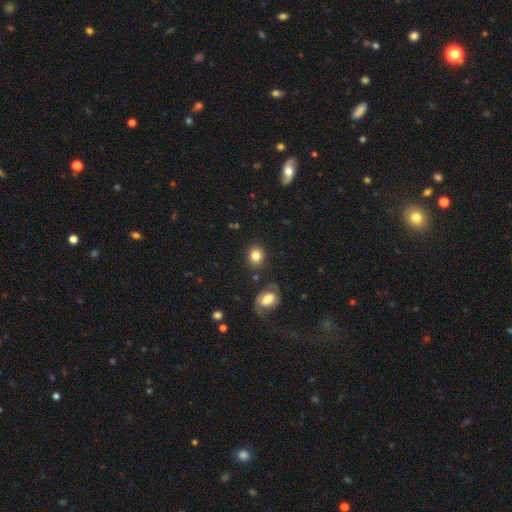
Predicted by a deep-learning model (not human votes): This is clearly a smooth galaxy (82%). How rounded: likely round (61%). Merging: clearly none (83%).